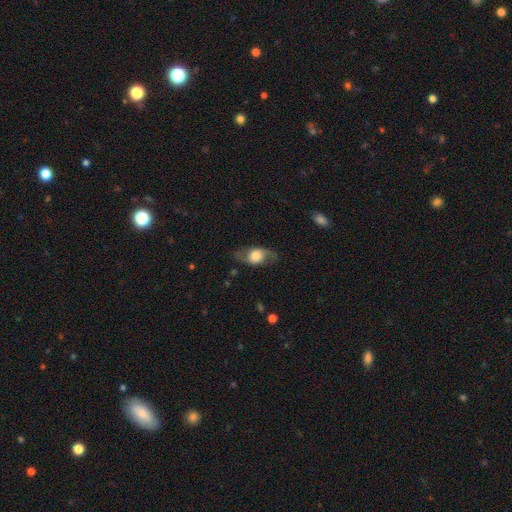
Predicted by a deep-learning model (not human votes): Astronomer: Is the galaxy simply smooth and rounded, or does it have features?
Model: featured or disk — 59%.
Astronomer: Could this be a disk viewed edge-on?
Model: no — 80%.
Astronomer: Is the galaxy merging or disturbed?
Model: none — 73%.